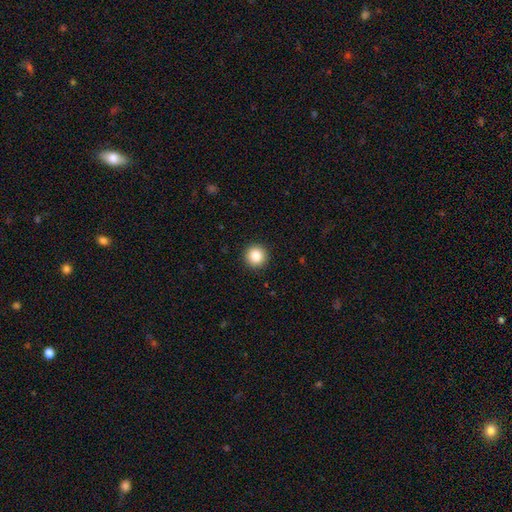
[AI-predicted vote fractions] smooth_or_featured: smooth (p=0.85) [alt: star or artifact p=0.10]
how_rounded: round (p=0.95) [alt: in between p=0.04]
merging: none (p=0.93) [alt: minor disturbance p=0.05]